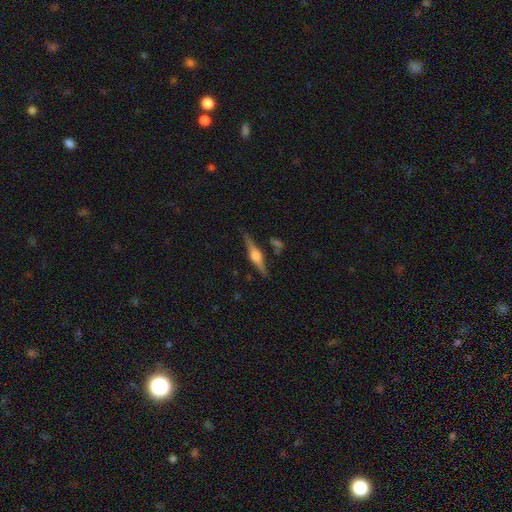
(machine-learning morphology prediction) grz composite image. It shows a featured or disk galaxy (72%) viewed edge-on (97%) with a rounded central bulge (84%). Merging: none (82%).